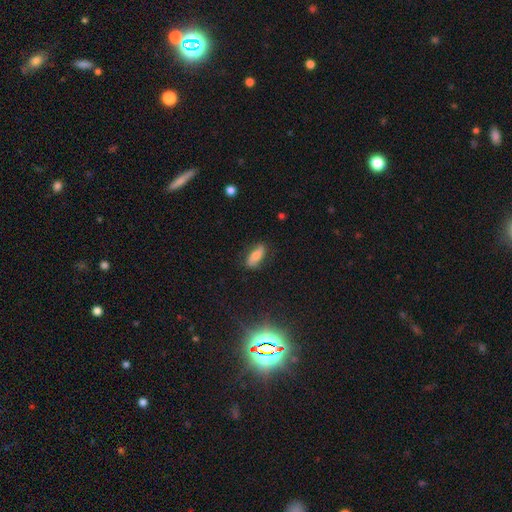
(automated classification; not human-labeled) Overall: smooth (52%; featured or disk 38%). How rounded: in between (74%). Merging: none (77%).